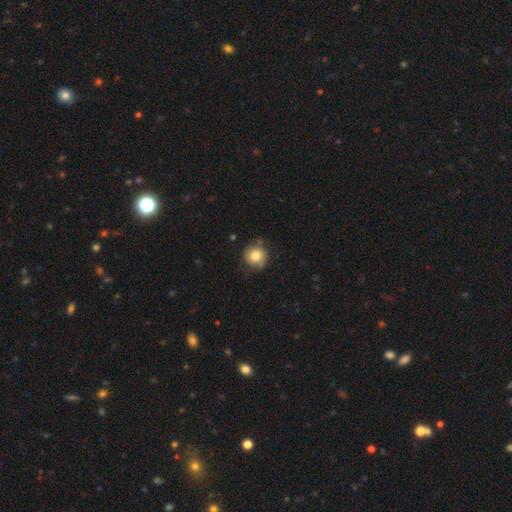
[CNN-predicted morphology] Smooth or featured?
  - smooth: 75% *
  - featured or disk: 16%
  - star or artifact: 9%
How rounded?
  - round: 90% *
  - in between: 9%
  - cigar-shaped: 1%
Merging?
  - none: 73% *
  - minor disturbance: 20%
  - major disturbance: 5%
  - merger: 2%